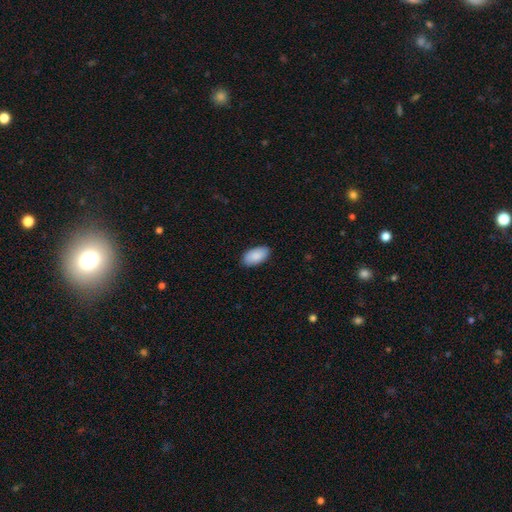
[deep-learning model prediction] Overall: smooth (89%). How rounded: in between (96%). Merging: none (87%).